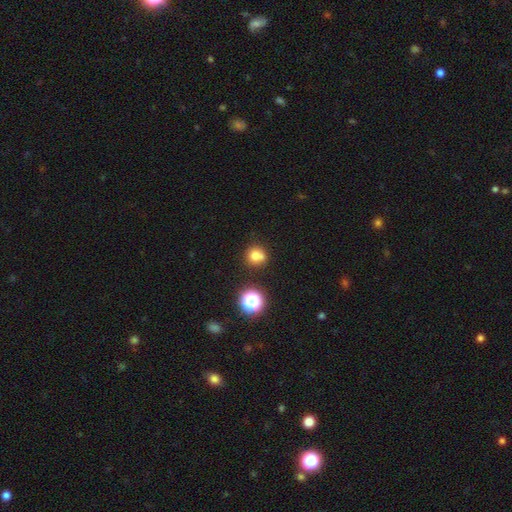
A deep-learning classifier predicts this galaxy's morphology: The model was most divided on "merging": none: 61%, merger: 22%, minor disturbance: 13%, major disturbance: 4%. More confident: how rounded — round (86%); smooth or featured — smooth (74%).